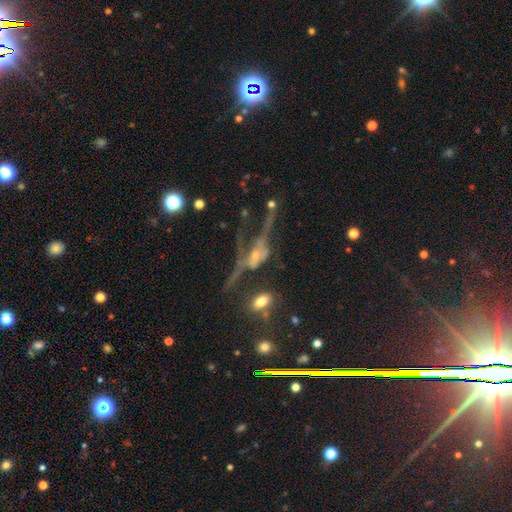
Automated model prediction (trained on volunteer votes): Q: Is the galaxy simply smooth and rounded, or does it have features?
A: featured or disk — 59%.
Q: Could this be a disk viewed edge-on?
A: no — 81%.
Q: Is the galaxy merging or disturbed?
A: major disturbance — 49%.